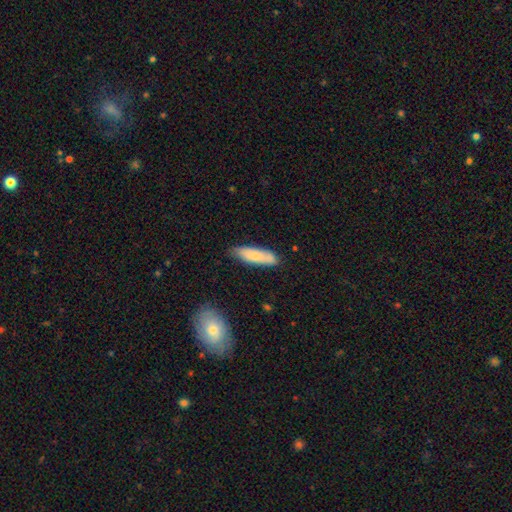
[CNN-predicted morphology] Q: Smooth or featured?
A: smooth (79%); runner-up: featured or disk (15%)
Q: How rounded?
A: cigar-shaped (62%); runner-up: in between (37%)
Q: Merging?
A: none (77%); runner-up: minor disturbance (17%)